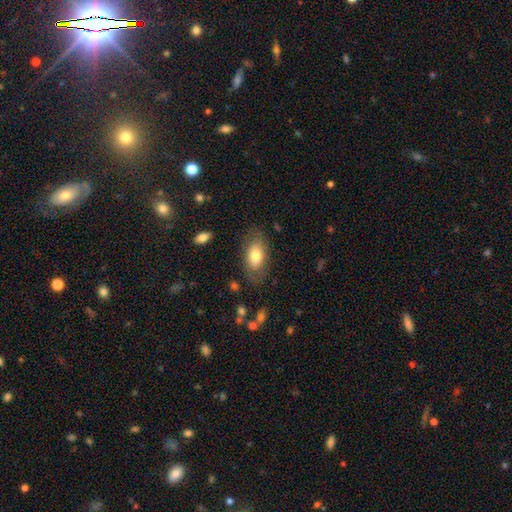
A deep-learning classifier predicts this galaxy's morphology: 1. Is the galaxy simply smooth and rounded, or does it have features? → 73% smooth, 21% featured or disk, 7% star or artifact.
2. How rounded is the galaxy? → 91% in between, 6% round, 4% cigar-shaped.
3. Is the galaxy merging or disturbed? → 75% none, 17% minor disturbance, 7% major disturbance, 2% merger.